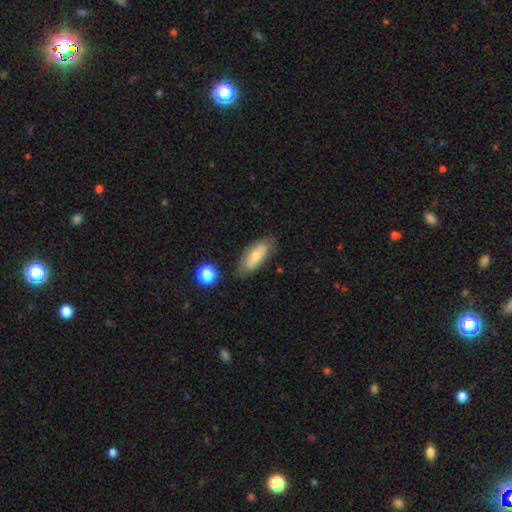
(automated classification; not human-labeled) Smooth or featured? smooth (61%)
How rounded? in between (74%)
Merging? none (80%)